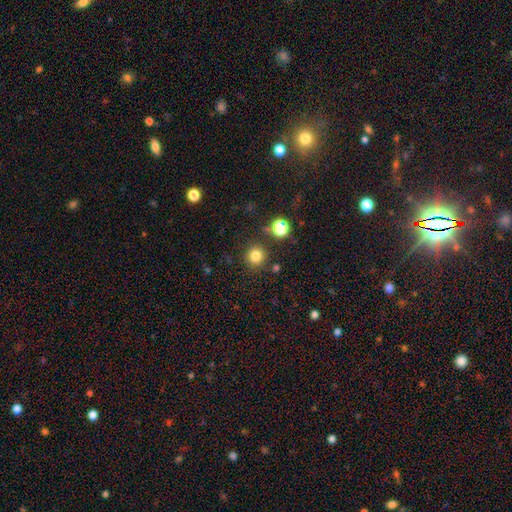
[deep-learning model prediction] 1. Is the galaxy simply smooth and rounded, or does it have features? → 79% smooth, 15% star or artifact, 6% featured or disk.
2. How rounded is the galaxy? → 93% round, 6% in between, 1% cigar-shaped.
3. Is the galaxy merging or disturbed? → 87% none, 7% minor disturbance, 3% merger, 3% major disturbance.